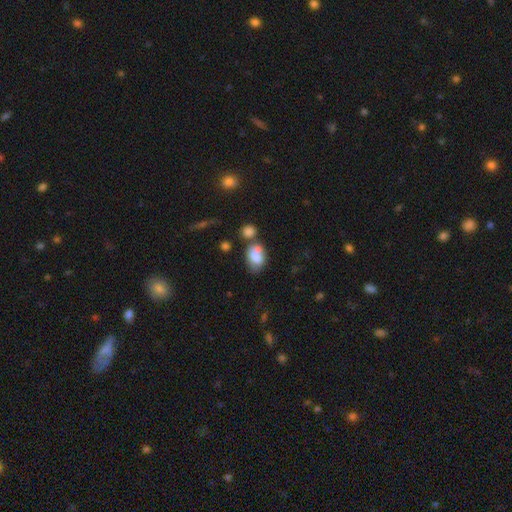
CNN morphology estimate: Smooth or featured? Predicted: smooth (p=0.73). How rounded? Predicted: in between (p=0.80). Merging? Predicted: merger (p=0.38).